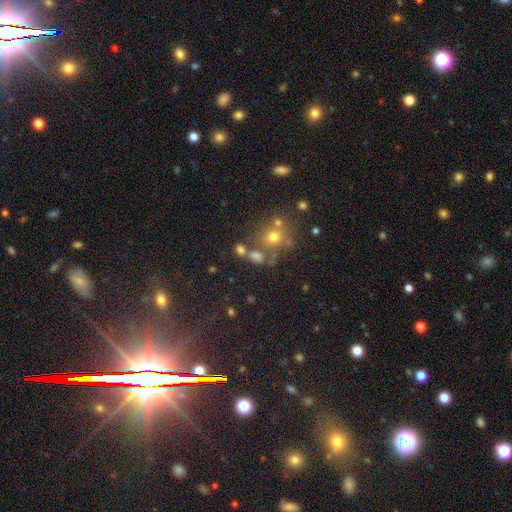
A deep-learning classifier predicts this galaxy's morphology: A smooth galaxy with no disk features (64%) that is round (53%).

Vote fractions:
- Smooth or featured? smooth: 64% / star or artifact: 22% / featured or disk: 14%
- How rounded? round: 53% / in between: 45% / cigar-shaped: 2%
- Merging? none: 55% / merger: 25% / minor disturbance: 13% / major disturbance: 7%